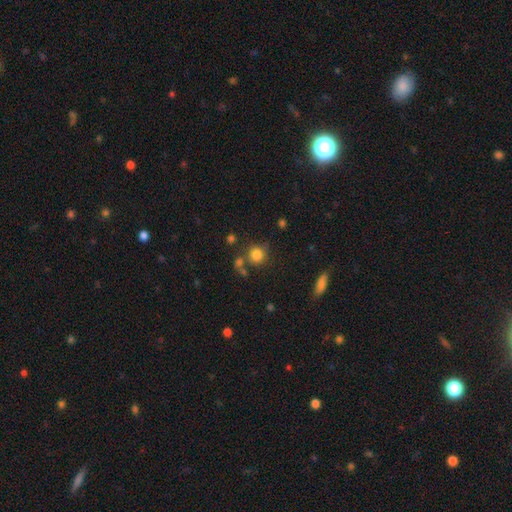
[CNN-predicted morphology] A smooth galaxy with no disk features (72%) that is round (90%).

Vote fractions:
- Smooth or featured? smooth: 72% / star or artifact: 20% / featured or disk: 8%
- How rounded? round: 90% / in between: 9% / cigar-shaped: 1%
- Merging? none: 71% / merger: 14% / minor disturbance: 10% / major disturbance: 4%